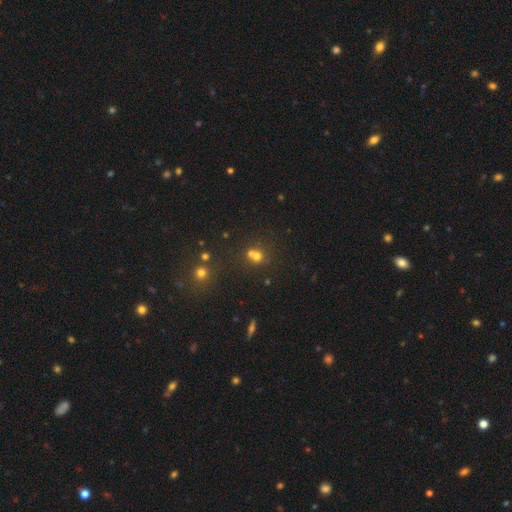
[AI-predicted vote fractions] Overall: smooth (65%). How rounded: round (78%). Merging: merger (46%; none 42%).